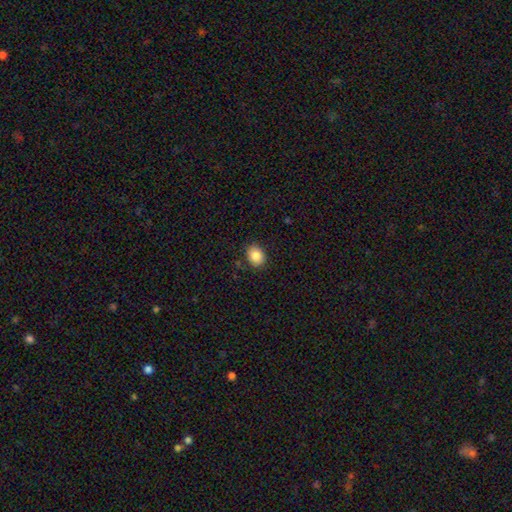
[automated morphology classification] The model was most divided on "how rounded": in between: 51%, round: 48%, cigar-shaped: 1%. More confident: smooth or featured — smooth (86%); merging — none (84%).